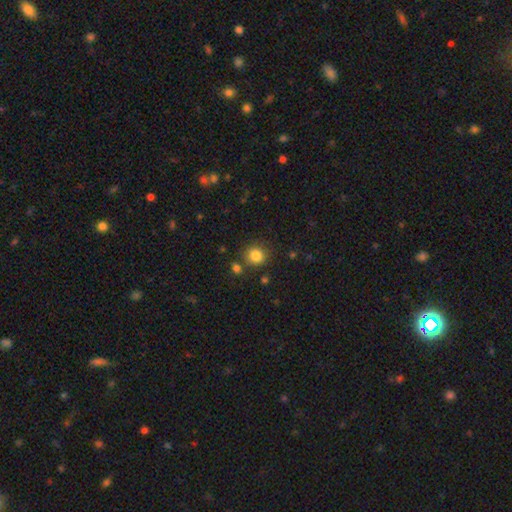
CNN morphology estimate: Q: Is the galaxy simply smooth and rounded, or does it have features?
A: smooth — 83%.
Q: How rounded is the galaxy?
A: round — 85%.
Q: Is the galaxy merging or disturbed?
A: none — 81%.